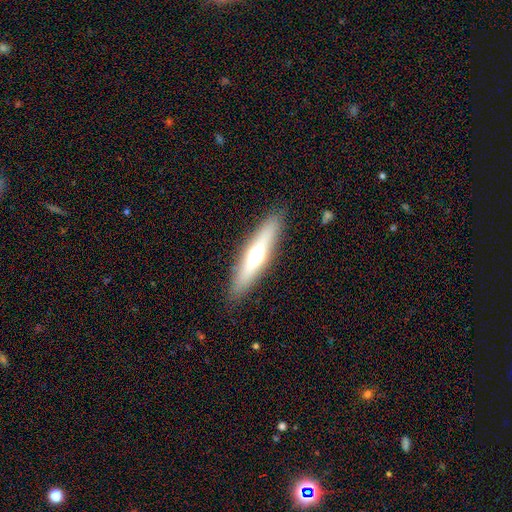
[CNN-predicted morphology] Smooth or featured?
  - featured or disk: 48% *
  - smooth: 44%
  - star or artifact: 8%
Merging?
  - none: 88% *
  - minor disturbance: 8%
  - major disturbance: 3%
  - merger: 1%